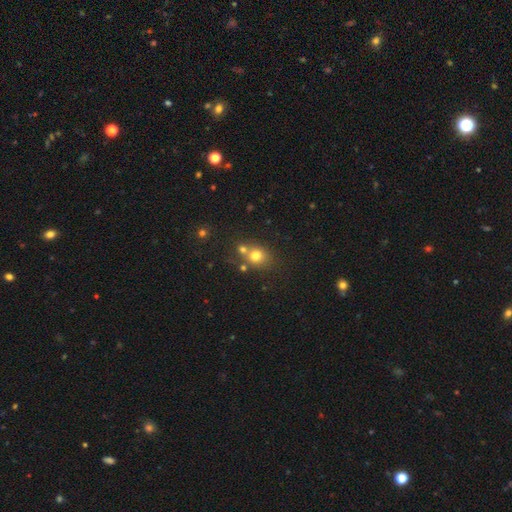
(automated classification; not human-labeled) Smooth or featured? Predicted: smooth (p=0.74). How rounded? Predicted: round (p=0.75). Merging? Predicted: none (p=0.54).